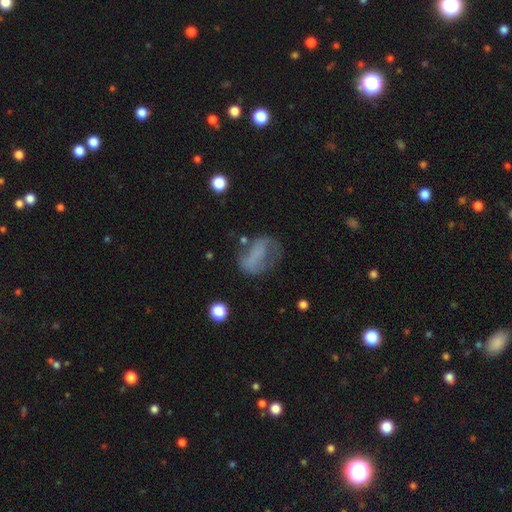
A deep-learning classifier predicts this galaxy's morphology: The model was most divided on "merging": none: 37%, major disturbance: 33%, minor disturbance: 25%, merger: 5%. Remaining: smooth or featured — smooth (47%).